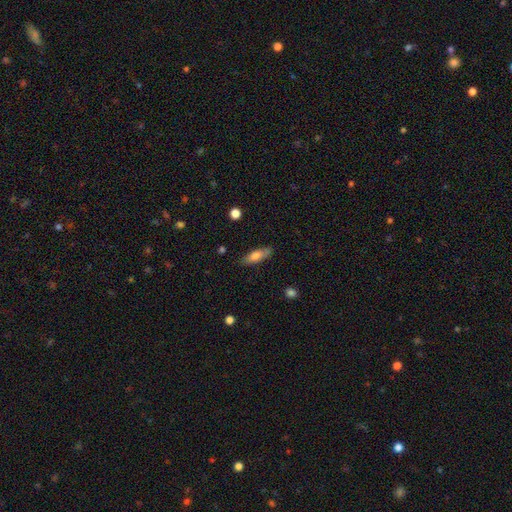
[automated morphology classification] type=smooth (71%); roundness=in between (51%); merging=none (82%).